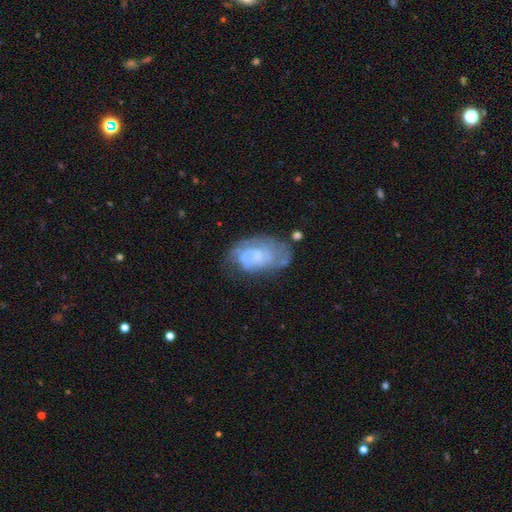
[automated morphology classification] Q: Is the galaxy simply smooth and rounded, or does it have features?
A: featured or disk — 68%.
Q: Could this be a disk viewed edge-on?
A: no — 96%.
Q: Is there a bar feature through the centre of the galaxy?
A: no — 67%.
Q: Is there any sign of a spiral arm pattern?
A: yes — 81%.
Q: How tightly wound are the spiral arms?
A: tight — 54%.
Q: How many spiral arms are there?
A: can't tell — 38%, tied with 2.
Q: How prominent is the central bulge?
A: small — 49%.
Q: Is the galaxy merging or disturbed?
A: none — 58%.